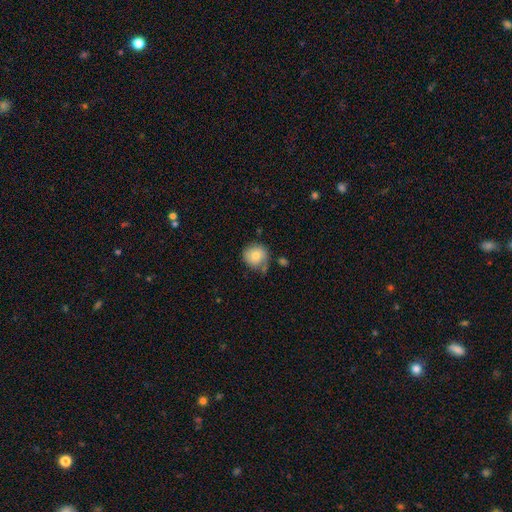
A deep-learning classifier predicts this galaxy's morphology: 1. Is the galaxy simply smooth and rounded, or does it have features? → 75% smooth, 17% featured or disk, 9% star or artifact.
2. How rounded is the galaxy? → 90% round, 9% in between, 1% cigar-shaped.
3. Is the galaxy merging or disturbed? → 62% none, 25% minor disturbance, 8% major disturbance, 6% merger.